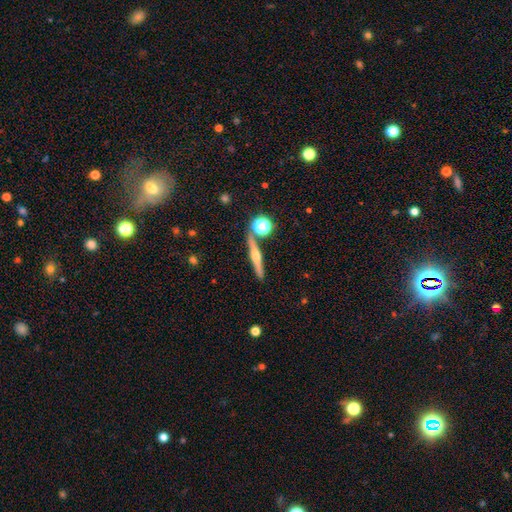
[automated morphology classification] A featured or disk galaxy (72%) viewed edge-on (97%) with a rounded central bulge (93%).

Vote fractions:
- Smooth or featured? featured or disk: 72% / smooth: 19% / star or artifact: 8%
- Edge-on disk? yes: 97% / no: 3%
- Edge-on bulge? rounded: 93% / boxy: 4% / none: 4%
- Merging? none: 85% / minor disturbance: 8% / merger: 6% / major disturbance: 2%